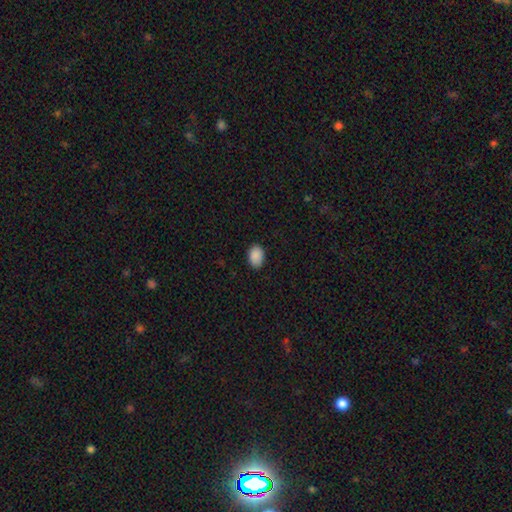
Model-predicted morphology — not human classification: Smooth or featured? smooth (90%)
How rounded? in between (80%)
Merging? none (87%)